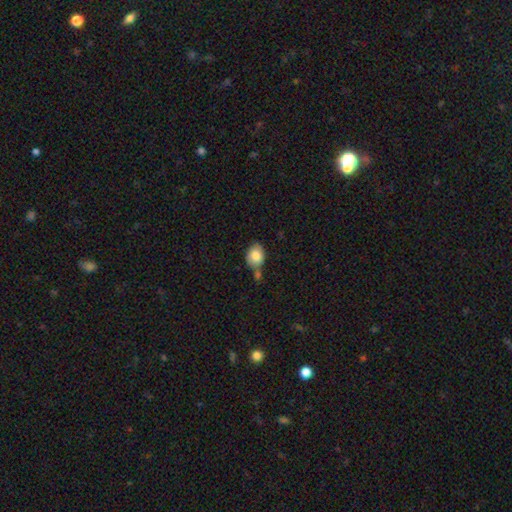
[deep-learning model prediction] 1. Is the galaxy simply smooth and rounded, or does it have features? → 82% smooth, 11% featured or disk, 7% star or artifact.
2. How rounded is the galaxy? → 64% in between, 35% round, 1% cigar-shaped.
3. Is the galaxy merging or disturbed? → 53% none, 23% merger, 19% minor disturbance, 5% major disturbance.